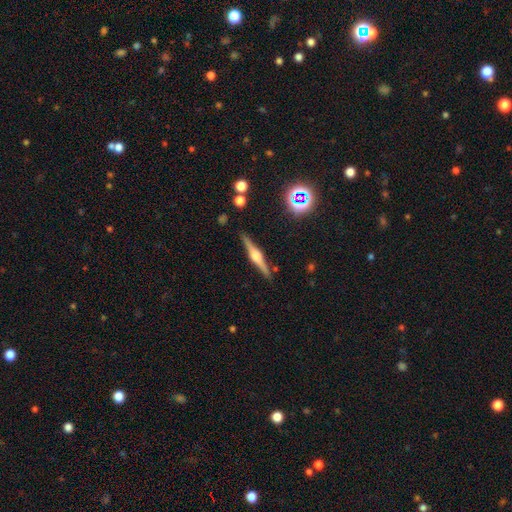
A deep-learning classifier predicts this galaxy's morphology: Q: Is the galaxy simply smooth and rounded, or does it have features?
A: featured or disk — 78%.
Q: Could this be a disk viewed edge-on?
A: yes — 98%.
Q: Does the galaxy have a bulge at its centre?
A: rounded — 86%.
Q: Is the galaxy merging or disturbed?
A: none — 89%.